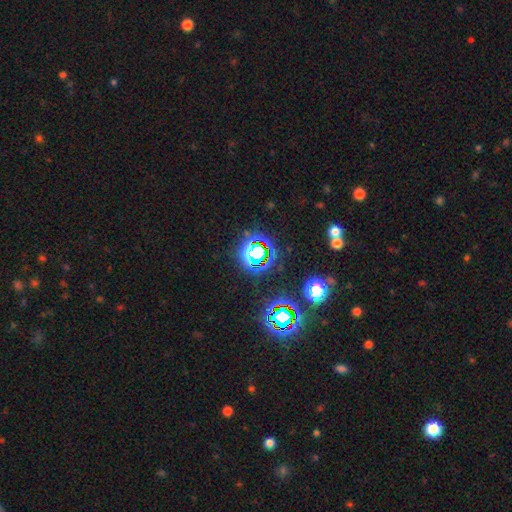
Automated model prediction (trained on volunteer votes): A star or artifact, not a galaxy (70%).